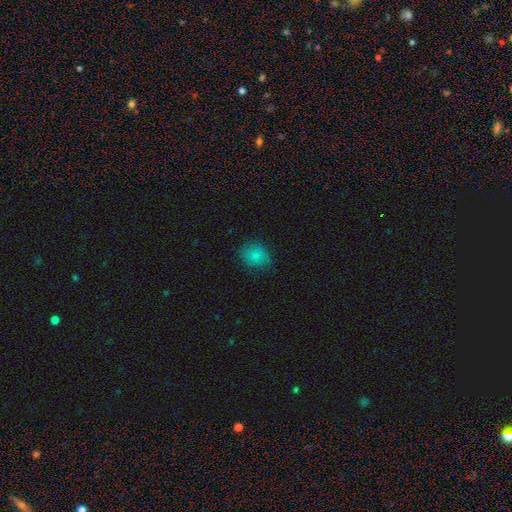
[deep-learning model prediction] Smooth or featured? Predicted: smooth (p=0.82). How rounded? Predicted: round (p=0.60). Merging? Predicted: none (p=0.71).